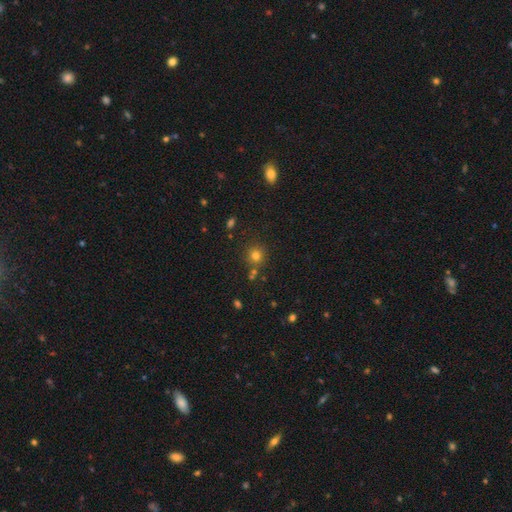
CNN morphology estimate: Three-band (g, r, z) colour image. It shows a smooth galaxy with no disk features (75%) that is round (91%). Merging: none (78%).